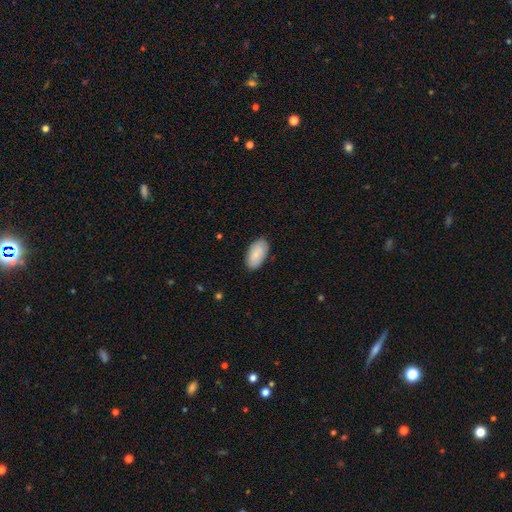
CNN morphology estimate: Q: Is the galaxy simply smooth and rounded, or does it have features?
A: smooth — 78%.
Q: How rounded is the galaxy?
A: in between — 95%.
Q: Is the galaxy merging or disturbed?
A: none — 83%.